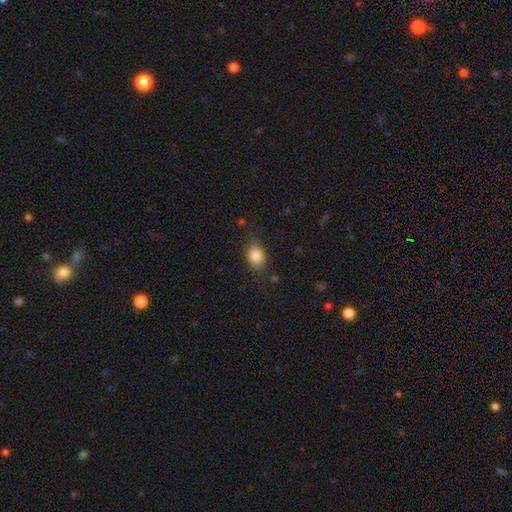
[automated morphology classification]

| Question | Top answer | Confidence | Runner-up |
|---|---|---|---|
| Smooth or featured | smooth | 84% | star or artifact (9%) |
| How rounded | in between | 71% | round (27%) |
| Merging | none | 78% | minor disturbance (16%) |